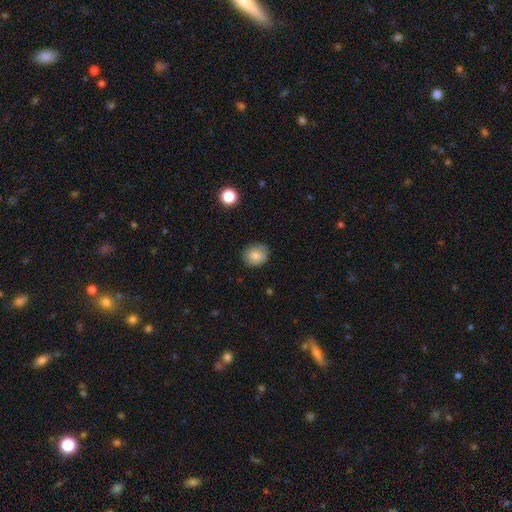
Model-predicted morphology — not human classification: smooth_or_featured: smooth (p=0.84) [alt: star or artifact p=0.08]
how_rounded: round (p=0.58) [alt: in between p=0.41]
merging: none (p=0.84) [alt: minor disturbance p=0.12]